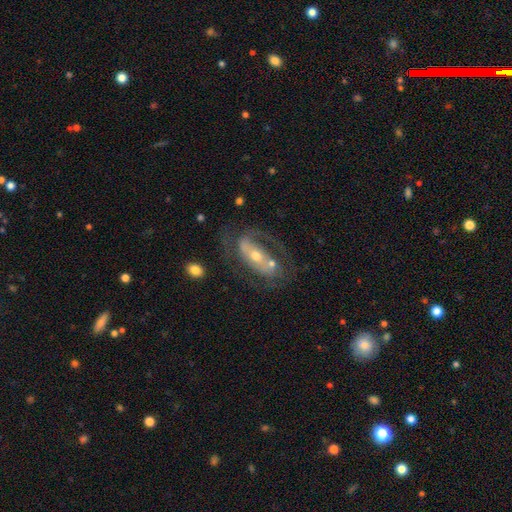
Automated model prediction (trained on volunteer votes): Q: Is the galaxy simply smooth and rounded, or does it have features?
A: featured or disk — 74%.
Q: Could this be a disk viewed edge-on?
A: no — 91%.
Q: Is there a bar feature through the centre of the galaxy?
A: no — 43%.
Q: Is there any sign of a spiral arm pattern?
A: yes — 71%.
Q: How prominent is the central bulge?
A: moderate — 52%.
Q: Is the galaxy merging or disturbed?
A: none — 48%.